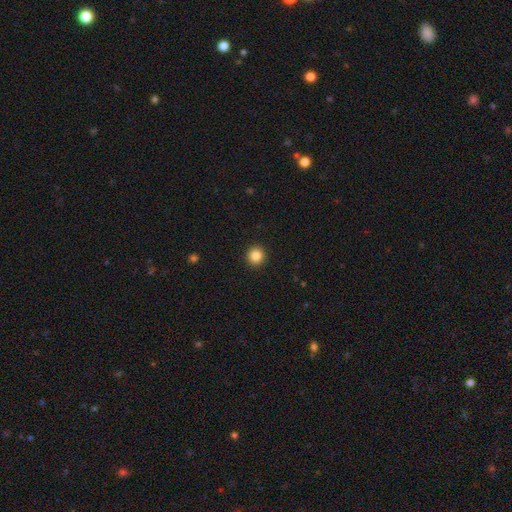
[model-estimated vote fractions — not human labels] smooth_or_featured: smooth (p=0.85) [alt: star or artifact p=0.10]
how_rounded: round (p=0.94) [alt: in between p=0.05]
merging: none (p=0.93) [alt: minor disturbance p=0.04]